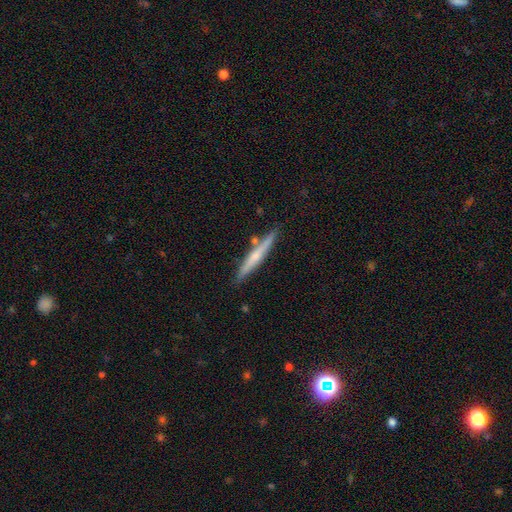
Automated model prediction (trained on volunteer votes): The model was most divided on "smooth or featured": featured or disk: 50%, smooth: 44%, star or artifact: 6%. More confident: edge-on disk — yes (96%); merging — none (81%).